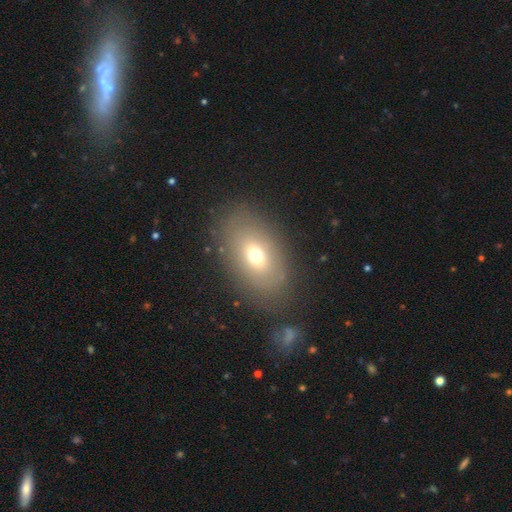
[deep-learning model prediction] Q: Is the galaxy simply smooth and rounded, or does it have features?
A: smooth — 63%.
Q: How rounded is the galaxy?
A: in between — 85%.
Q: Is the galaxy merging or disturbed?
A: none — 80%.